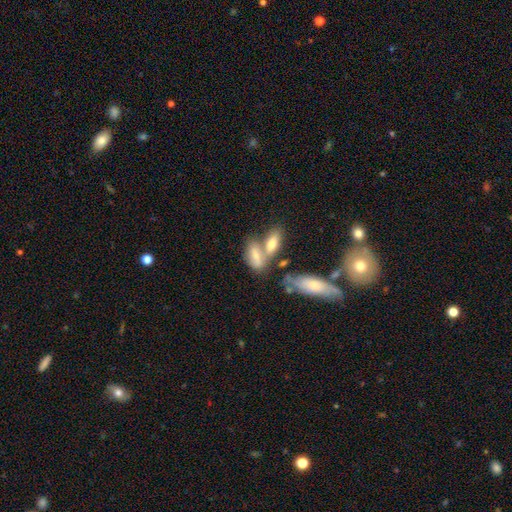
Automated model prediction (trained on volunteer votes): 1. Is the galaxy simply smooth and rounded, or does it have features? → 69% smooth, 23% featured or disk, 8% star or artifact.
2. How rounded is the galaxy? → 81% in between, 15% cigar-shaped, 4% round.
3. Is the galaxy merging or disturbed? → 49% merger, 33% none, 12% minor disturbance, 6% major disturbance.